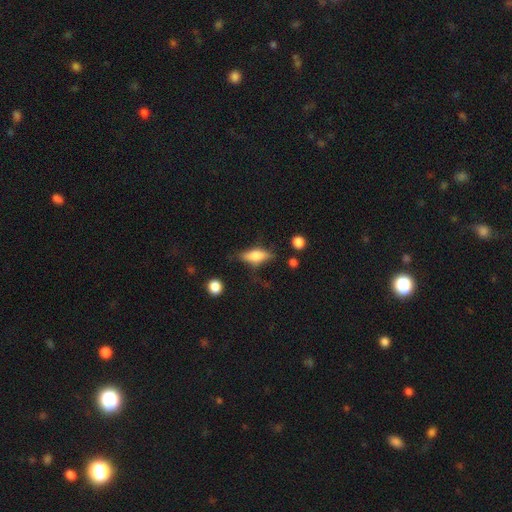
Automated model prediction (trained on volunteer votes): smooth_or_featured: smooth (p=0.59) [alt: featured or disk p=0.33]
how_rounded: in between (p=0.66) [alt: cigar-shaped p=0.30]
merging: none (p=0.68) [alt: minor disturbance p=0.22]